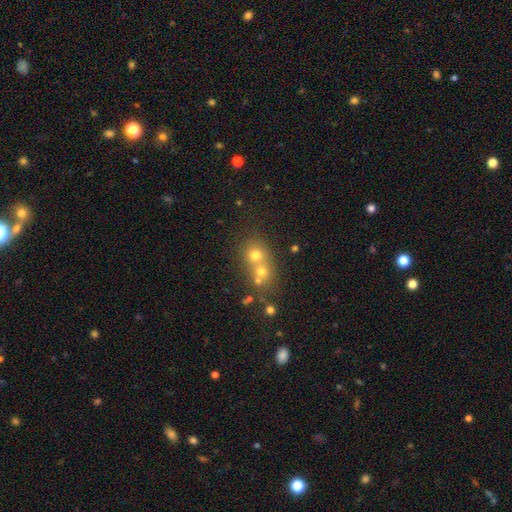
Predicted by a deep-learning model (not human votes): A smooth galaxy with no disk features (55%) that is round (74%). Merging: merger (45%).